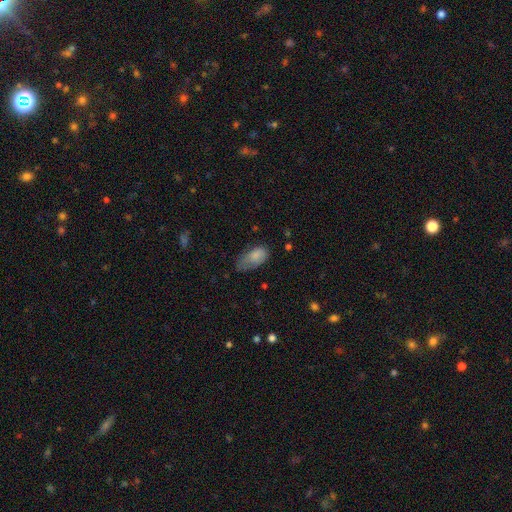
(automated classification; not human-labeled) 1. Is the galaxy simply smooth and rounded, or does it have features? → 81% smooth, 12% featured or disk, 8% star or artifact.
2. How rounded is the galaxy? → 92% in between, 4% cigar-shaped, 4% round.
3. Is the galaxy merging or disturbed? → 42% minor disturbance, 34% none, 22% major disturbance, 2% merger.